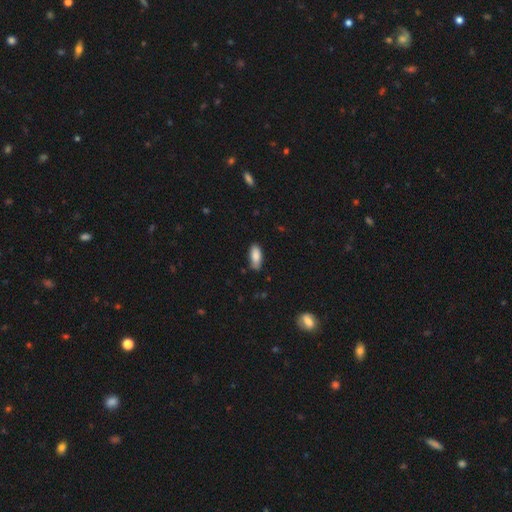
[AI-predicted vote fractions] Smooth or featured?
  - smooth: 87% *
  - featured or disk: 7%
  - star or artifact: 6%
How rounded?
  - in between: 85% *
  - cigar-shaped: 14%
  - round: 2%
Merging?
  - none: 79% *
  - minor disturbance: 17%
  - major disturbance: 3%
  - merger: 1%